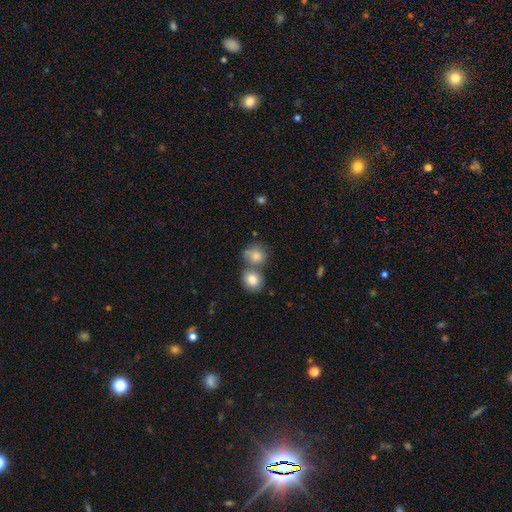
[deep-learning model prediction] Smooth or featured?
  - smooth: 82% *
  - featured or disk: 10%
  - star or artifact: 8%
How rounded?
  - round: 72% *
  - in between: 27%
  - cigar-shaped: 1%
Merging?
  - merger: 47% *
  - none: 38%
  - minor disturbance: 11%
  - major disturbance: 5%